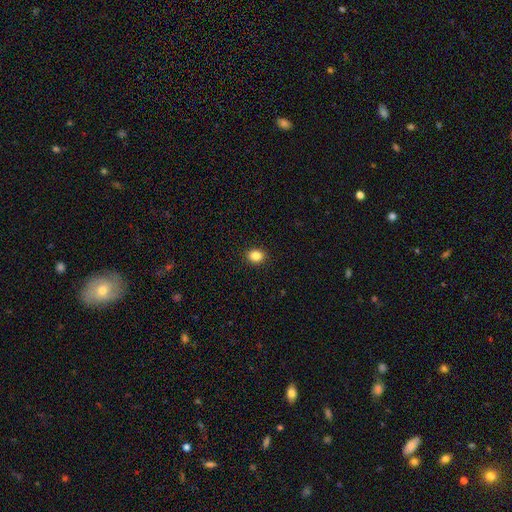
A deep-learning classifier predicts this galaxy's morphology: Smooth or featured: smooth — 85% (star or artifact — 10%)
How rounded: round — 53% (in between — 46%)
Merging: none — 91% (minor disturbance — 6%)